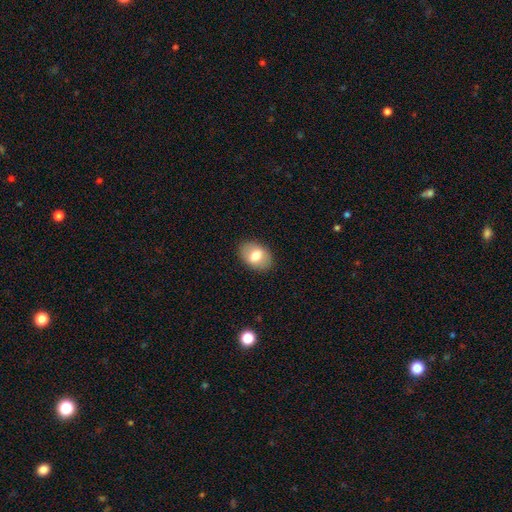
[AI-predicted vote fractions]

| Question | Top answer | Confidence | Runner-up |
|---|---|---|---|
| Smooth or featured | smooth | 72% | featured or disk (20%) |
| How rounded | in between | 81% | round (18%) |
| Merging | none | 87% | minor disturbance (9%) |